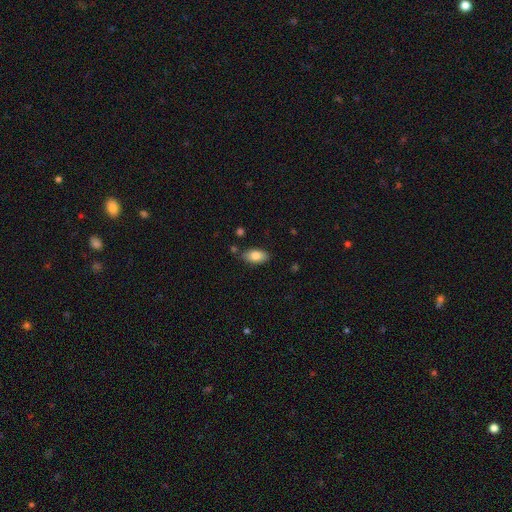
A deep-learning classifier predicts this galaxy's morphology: This is clearly a smooth galaxy (83%). How rounded: clearly in between (93%). Merging: clearly none (83%).